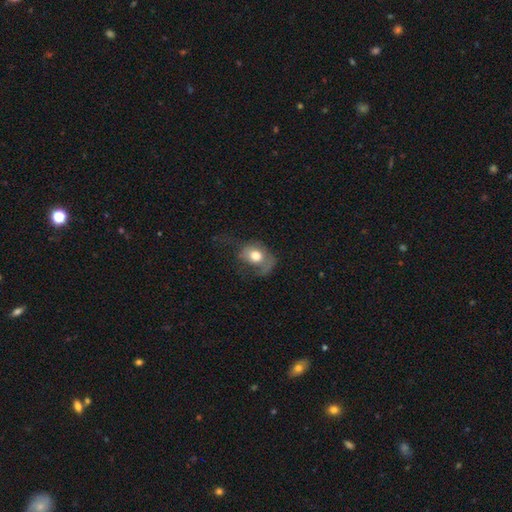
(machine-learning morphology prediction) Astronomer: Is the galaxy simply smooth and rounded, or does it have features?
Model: smooth — 65%.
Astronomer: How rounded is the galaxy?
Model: in between — 52% (runner-up: round, 47%).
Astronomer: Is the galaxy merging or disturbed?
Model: major disturbance — 48% (runner-up: none, 25%).